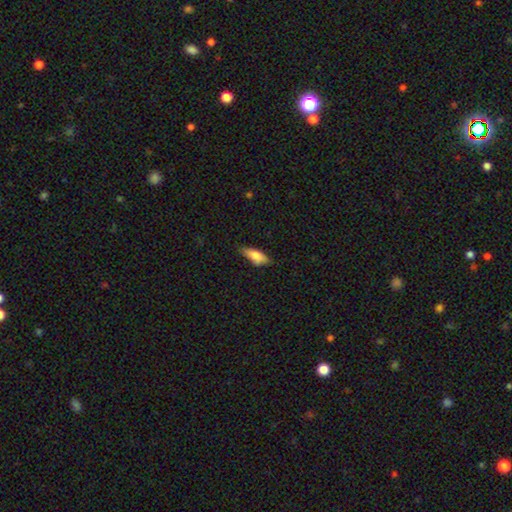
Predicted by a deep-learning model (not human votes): Q: Smooth or featured?
A: smooth (77%); runner-up: featured or disk (17%)
Q: How rounded?
A: in between (67%); runner-up: cigar-shaped (30%)
Q: Merging?
A: none (72%); runner-up: minor disturbance (22%)